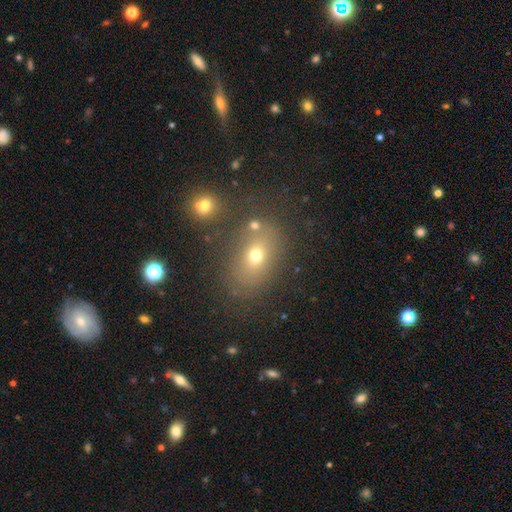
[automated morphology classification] The model was most divided on "how rounded": in between: 69%, round: 30%, cigar-shaped: 2%. More confident: merging — none (67%); smooth or featured — smooth (63%).